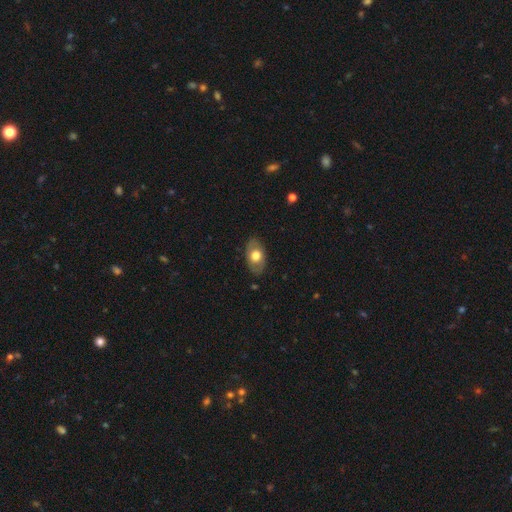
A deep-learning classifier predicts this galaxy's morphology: Overall: smooth (62%; featured or disk 32%). How rounded: in between (87%). Merging: none (83%).